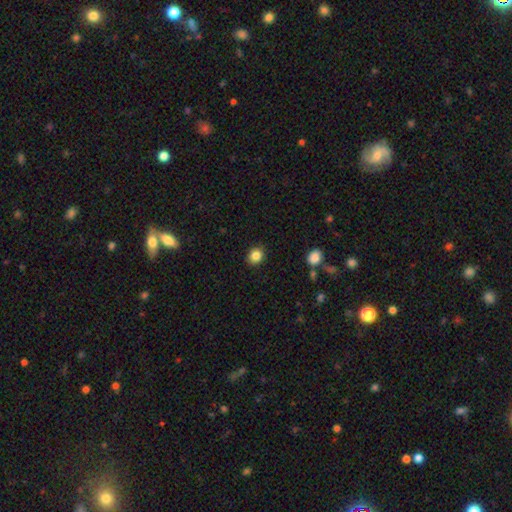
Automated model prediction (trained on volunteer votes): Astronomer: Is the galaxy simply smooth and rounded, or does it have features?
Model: smooth — 84%.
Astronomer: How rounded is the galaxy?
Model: round — 67%.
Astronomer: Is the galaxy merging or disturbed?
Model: none — 89%.